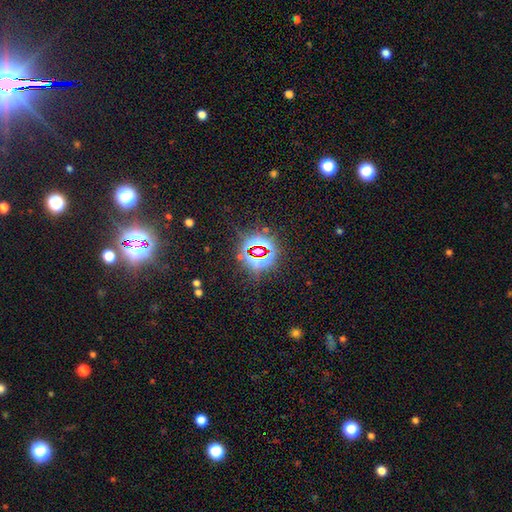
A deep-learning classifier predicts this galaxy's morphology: star or artifact 81%, smooth 11%, featured or disk 7%.